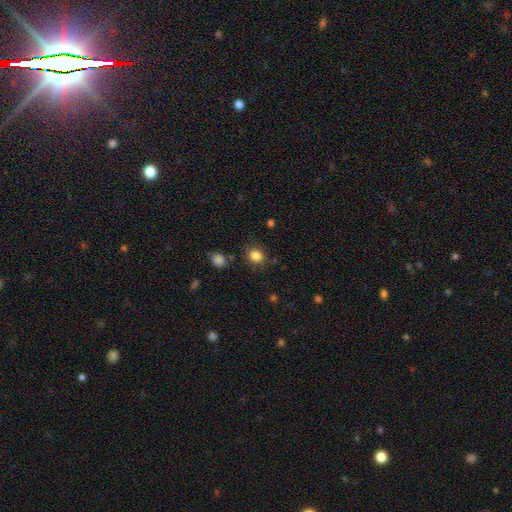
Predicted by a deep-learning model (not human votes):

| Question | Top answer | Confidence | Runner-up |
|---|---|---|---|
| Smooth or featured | smooth | 84% | star or artifact (11%) |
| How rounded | round | 73% | in between (26%) |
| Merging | none | 80% | minor disturbance (13%) |